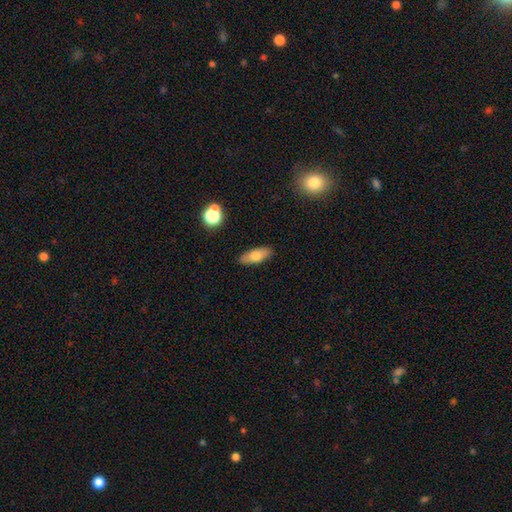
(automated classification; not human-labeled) A smooth galaxy with no disk features (73%) that is in between round and cigar-shaped (74%).

Vote fractions:
- Smooth or featured? smooth: 73% / featured or disk: 19% / star or artifact: 7%
- How rounded? in between: 74% / cigar-shaped: 23% / round: 3%
- Merging? none: 88% / minor disturbance: 9% / major disturbance: 2% / merger: 1%